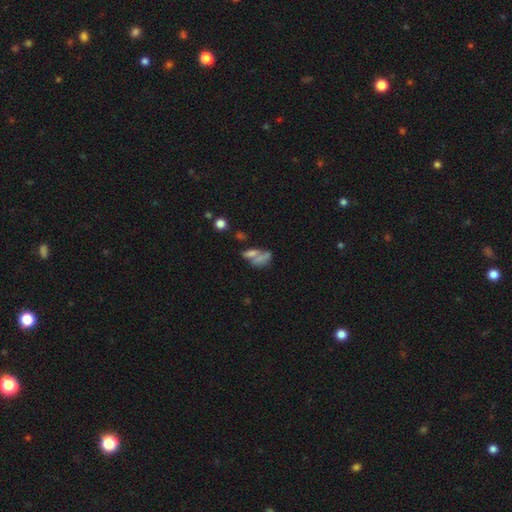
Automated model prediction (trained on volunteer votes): Smooth or featured: smooth — 54% (featured or disk — 29%)
How rounded: in between — 60% (cigar-shaped — 26%)
Merging: merger — 48% (none — 28%)